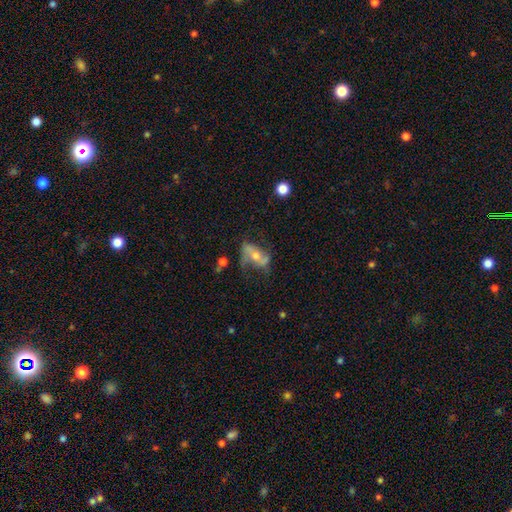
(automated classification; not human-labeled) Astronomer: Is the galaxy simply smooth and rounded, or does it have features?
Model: featured or disk — 66%.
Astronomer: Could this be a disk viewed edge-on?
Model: no — 92%.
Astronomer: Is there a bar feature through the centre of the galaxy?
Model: no — 57%.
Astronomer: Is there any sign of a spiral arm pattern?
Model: yes — 78%.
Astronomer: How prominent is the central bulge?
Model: moderate — 59%.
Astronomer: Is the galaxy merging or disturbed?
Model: none — 47% (runner-up: minor disturbance, 25%).